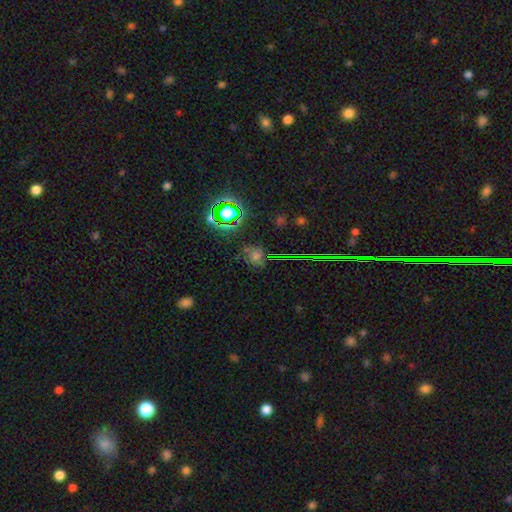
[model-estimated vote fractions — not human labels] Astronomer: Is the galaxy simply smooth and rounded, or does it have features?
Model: smooth — 46% (runner-up: star or artifact, 43%).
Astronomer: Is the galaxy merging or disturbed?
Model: none — 73%.